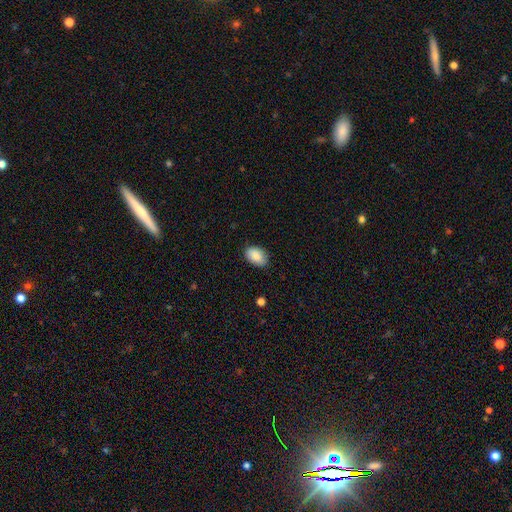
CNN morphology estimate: type=smooth (89%); roundness=in between (88%); merging=none (85%).